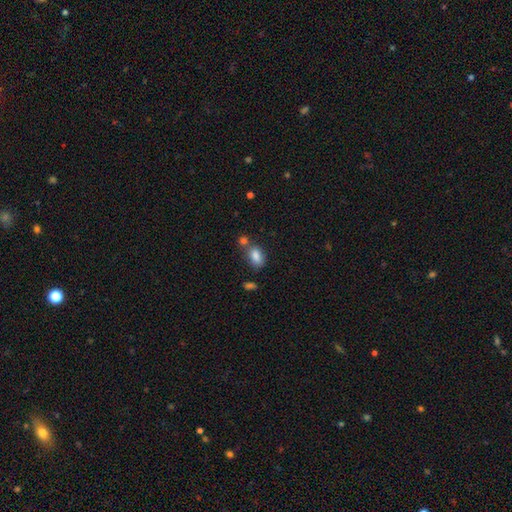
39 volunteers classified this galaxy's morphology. smooth 82%, star or artifact 10%, featured or disk 8%. Down the decision tree: how rounded — in between (78%); merging — none (74%).